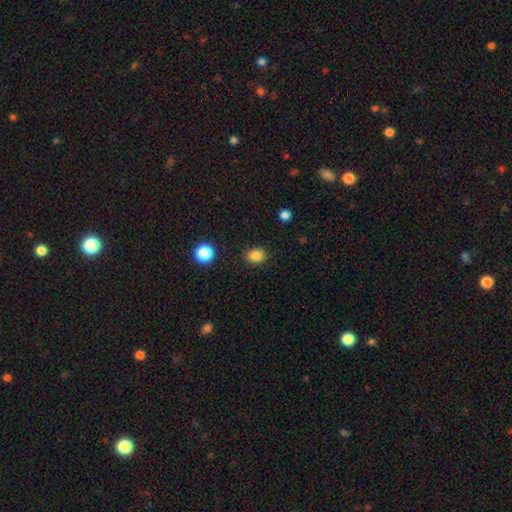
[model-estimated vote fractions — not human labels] This appears to be a smooth galaxy with no disk features (85%) that is round (51%). Merging: none (88%).